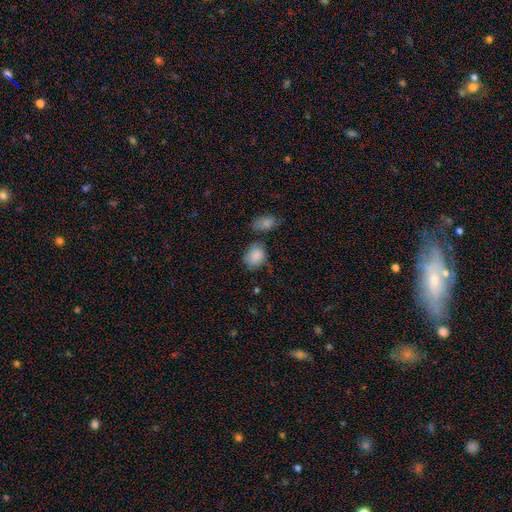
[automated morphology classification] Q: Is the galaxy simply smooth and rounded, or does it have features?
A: smooth — 86%.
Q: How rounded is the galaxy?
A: round — 52%.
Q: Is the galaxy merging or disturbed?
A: none — 57%.